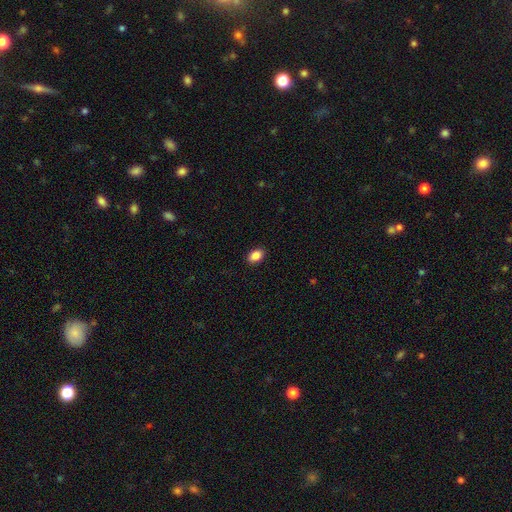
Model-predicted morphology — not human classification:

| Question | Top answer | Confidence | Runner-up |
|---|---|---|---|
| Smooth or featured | smooth | 88% | star or artifact (8%) |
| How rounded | in between | 83% | round (16%) |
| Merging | none | 90% | minor disturbance (7%) |